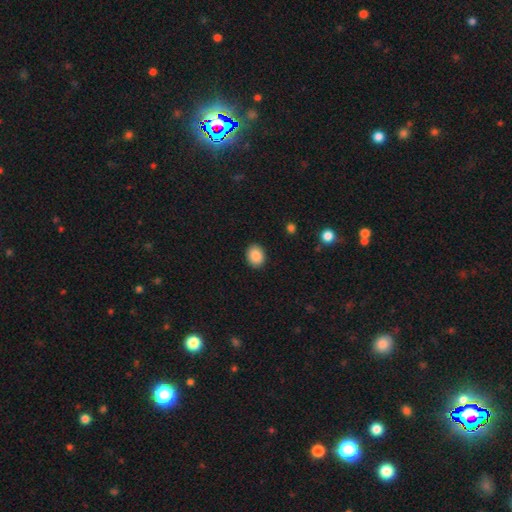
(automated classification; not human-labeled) A smooth galaxy with no disk features (88%) that is in between round and cigar-shaped (50%).

Vote fractions:
- Smooth or featured? smooth: 88% / star or artifact: 8% / featured or disk: 4%
- How rounded? in between: 50% / round: 49% / cigar-shaped: 1%
- Merging? none: 91% / minor disturbance: 6% / major disturbance: 2% / merger: 1%